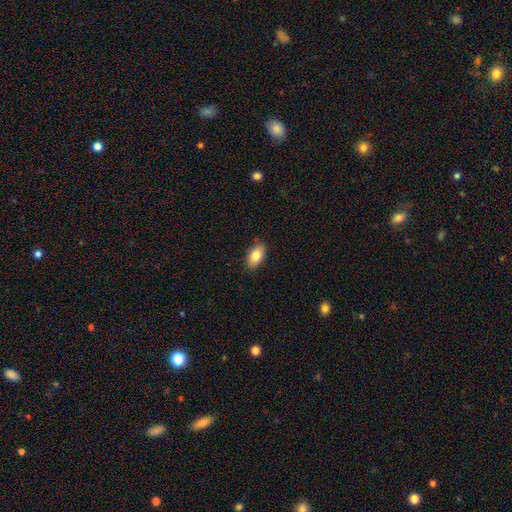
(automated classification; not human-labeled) Morphology: type=smooth (83%); roundness=in between (93%); merging=none (87%).